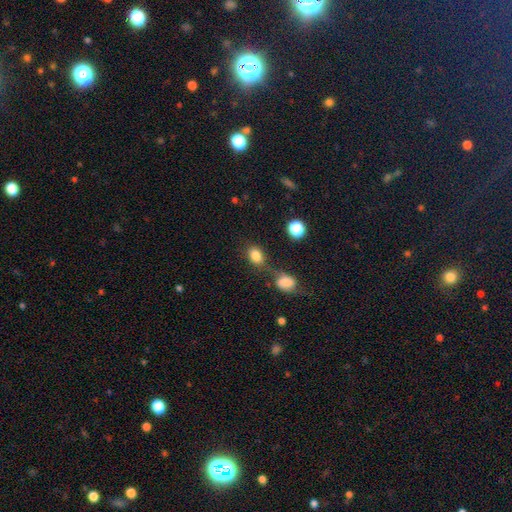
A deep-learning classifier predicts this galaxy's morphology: Smooth or featured: smooth — 81% (star or artifact — 10%)
How rounded: in between — 70% (round — 28%)
Merging: none — 54% (merger — 24%)